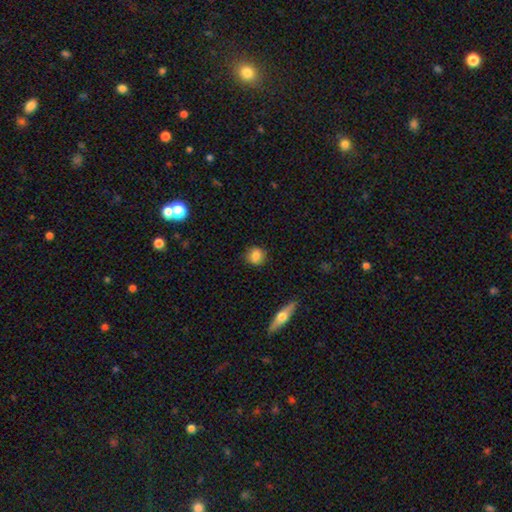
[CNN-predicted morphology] The model was most divided on "how rounded": round: 82%, in between: 16%, cigar-shaped: 2%. More confident: merging — none (85%); smooth or featured — smooth (83%).